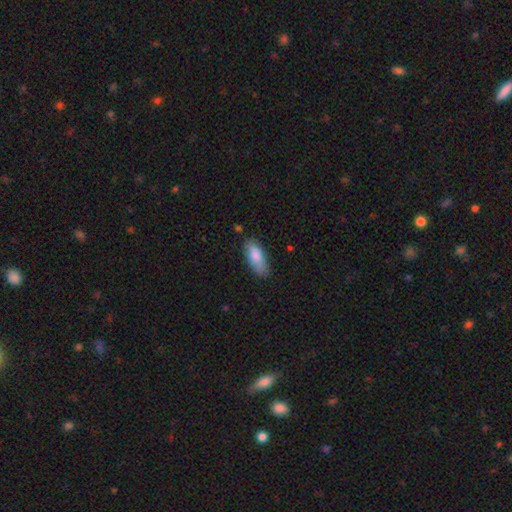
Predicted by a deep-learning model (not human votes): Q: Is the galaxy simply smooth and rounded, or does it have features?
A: smooth — 83%.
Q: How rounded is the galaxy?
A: in between — 76%.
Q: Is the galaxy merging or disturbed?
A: none — 70%.